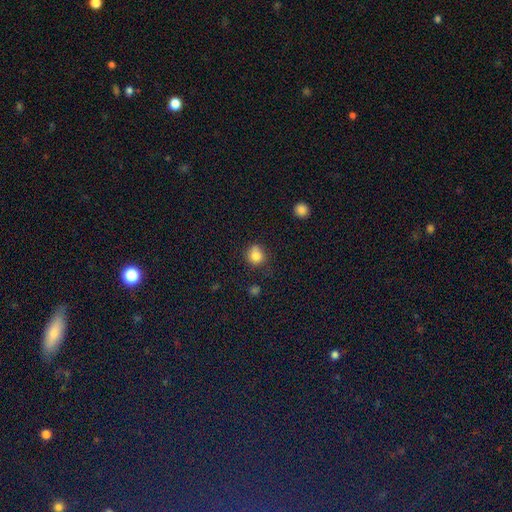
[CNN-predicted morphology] smooth 82%, star or artifact 11%, featured or disk 6%. Down the decision tree: how rounded — round (83%); merging — none (64%).